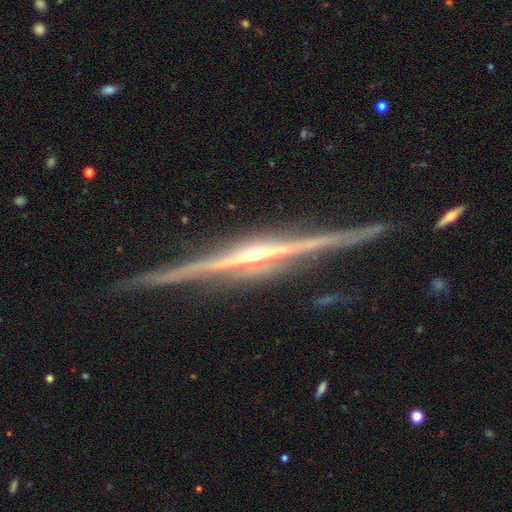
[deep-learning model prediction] A featured or disk galaxy (92%) viewed edge-on (99%) with a rounded central bulge (80%).

Vote fractions:
- Smooth or featured? featured or disk: 92% / star or artifact: 5% / smooth: 4%
- Edge-on disk? yes: 99% / no: 1%
- Edge-on bulge? rounded: 80% / none: 11% / boxy: 9%
- Merging? none: 88% / minor disturbance: 9% / major disturbance: 2% / merger: 1%